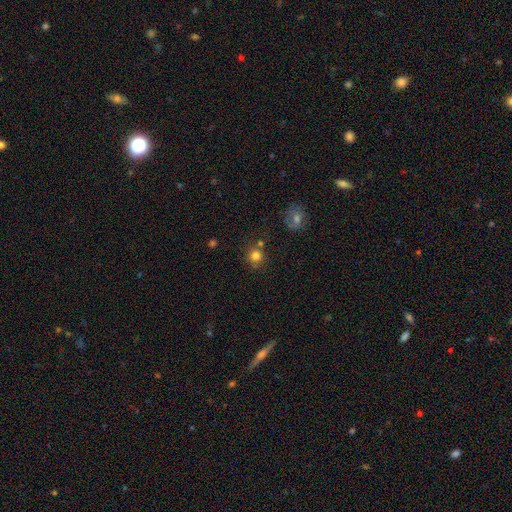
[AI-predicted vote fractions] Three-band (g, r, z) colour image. It shows a smooth galaxy with no disk features (80%) that is round (89%). Merging: none (70%).